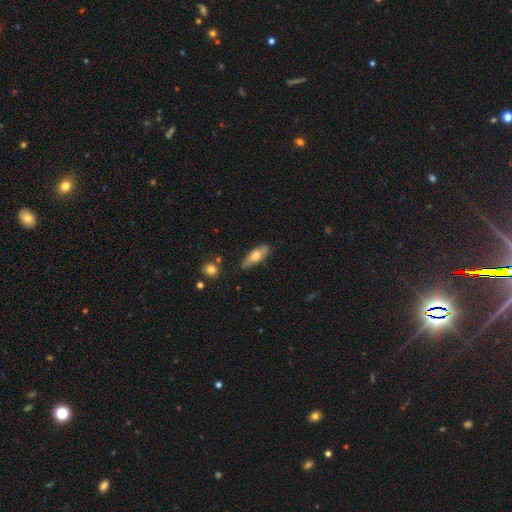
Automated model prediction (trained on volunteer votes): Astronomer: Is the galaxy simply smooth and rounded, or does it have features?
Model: smooth — 61%.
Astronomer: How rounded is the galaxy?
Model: in between — 72%.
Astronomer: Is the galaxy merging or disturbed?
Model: none — 81%.